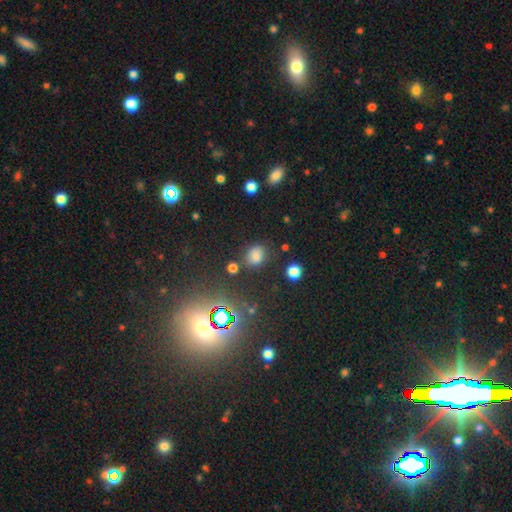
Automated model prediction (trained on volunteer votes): Morphology: type=smooth (68%); roundness=in between (51%); merging=none (75%).